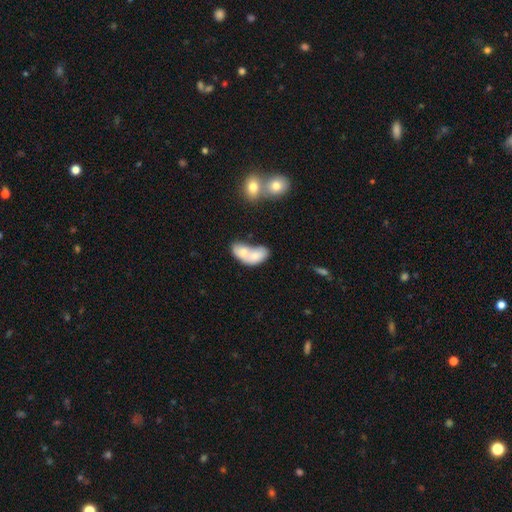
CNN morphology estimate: Smooth or featured: smooth — 70% (featured or disk — 23%)
How rounded: in between — 87% (round — 9%)
Merging: merger — 74% (none — 13%)